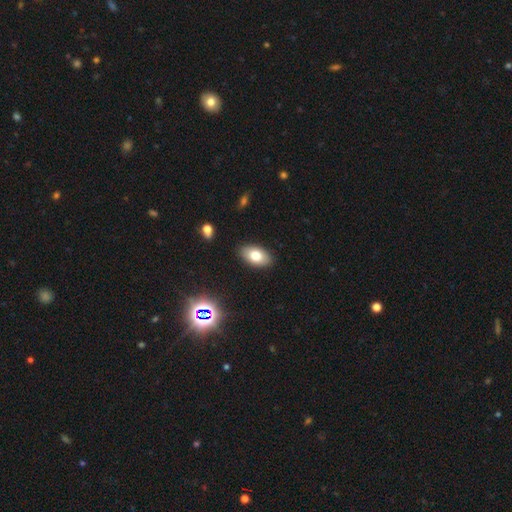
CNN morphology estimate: Q: Smooth or featured?
A: smooth (76%); runner-up: featured or disk (15%)
Q: How rounded?
A: in between (93%); runner-up: round (5%)
Q: Merging?
A: none (87%); runner-up: minor disturbance (9%)